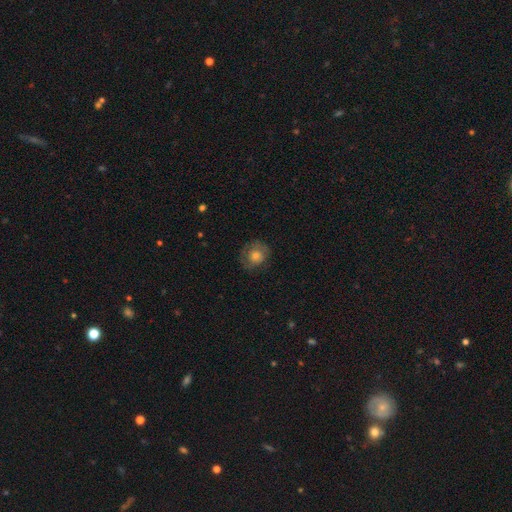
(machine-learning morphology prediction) smooth_or_featured: smooth (p=0.63) [alt: featured or disk p=0.28]
how_rounded: round (p=0.77) [alt: in between p=0.22]
merging: none (p=0.73) [alt: minor disturbance p=0.19]